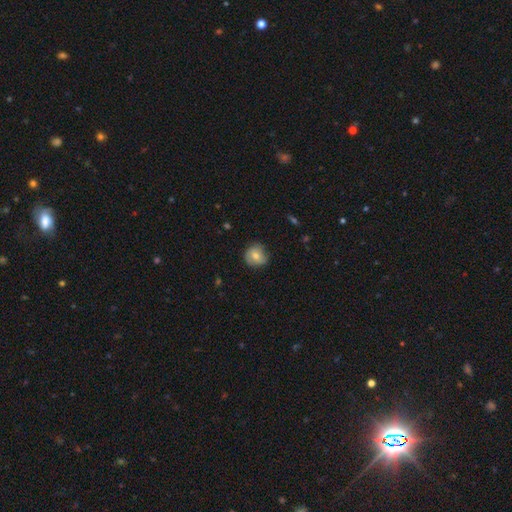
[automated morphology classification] smooth 65%, featured or disk 27%, star or artifact 8%. Down the decision tree: how rounded — round (86%); merging — none (72%).